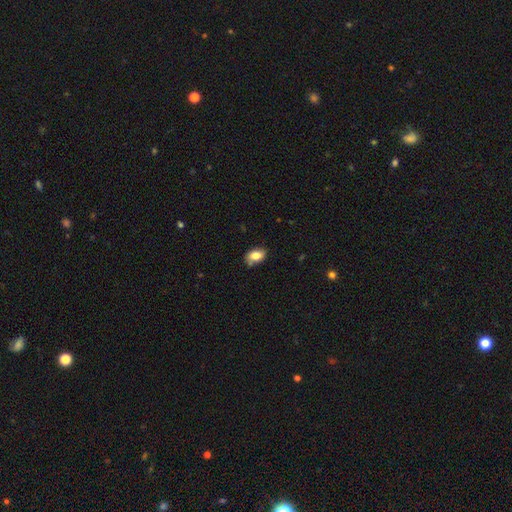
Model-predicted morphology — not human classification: This appears to be a smooth galaxy with no disk features (79%) that is in between round and cigar-shaped (87%). Merging: none (67%).